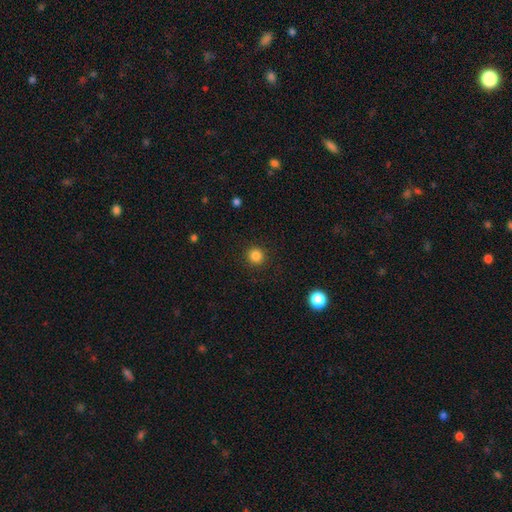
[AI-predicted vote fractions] smooth 84%, star or artifact 12%, featured or disk 4%. Down the decision tree: how rounded — round (94%); merging — none (92%).